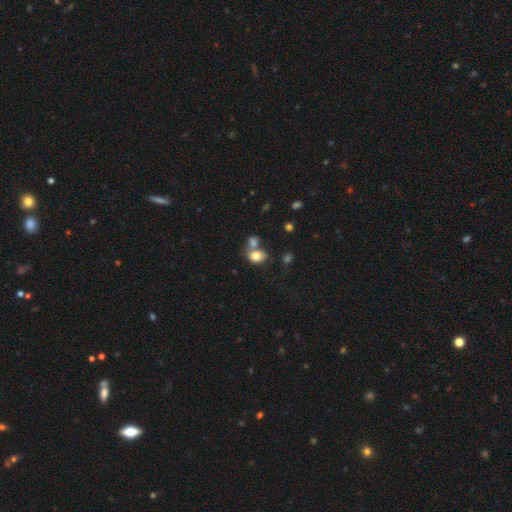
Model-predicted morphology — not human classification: This appears to be a smooth galaxy with no disk features (80%) that is in between round and cigar-shaped (60%). Merging: merger (42%).